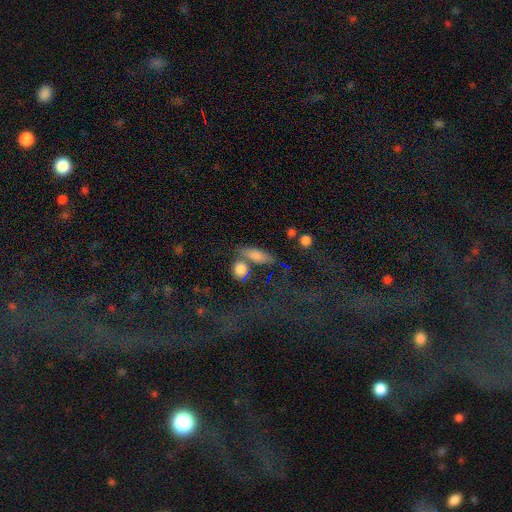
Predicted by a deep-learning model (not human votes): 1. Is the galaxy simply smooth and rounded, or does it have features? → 76% smooth, 15% featured or disk, 10% star or artifact.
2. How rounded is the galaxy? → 51% in between, 37% cigar-shaped, 12% round.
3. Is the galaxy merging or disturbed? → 60% none, 20% merger, 14% minor disturbance, 6% major disturbance.